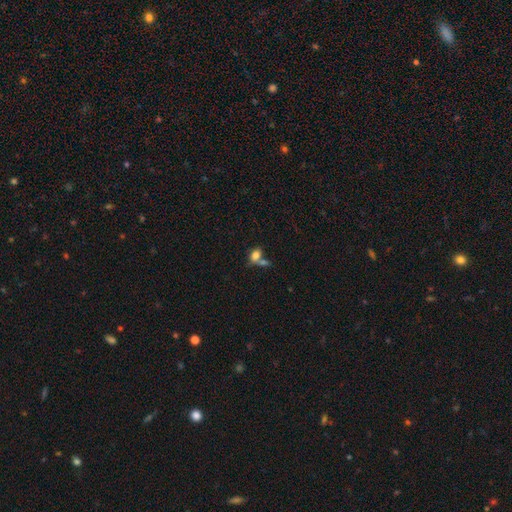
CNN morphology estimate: Smooth or featured? smooth (79%)
How rounded? in between (80%)
Merging? merger (45%)